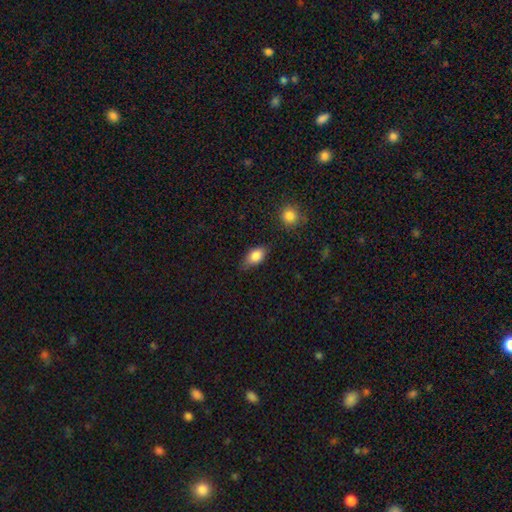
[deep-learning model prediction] The model was most divided on "merging": none: 66%, minor disturbance: 26%, major disturbance: 5%, merger: 2%. More confident: how rounded — in between (86%); smooth or featured — smooth (83%).